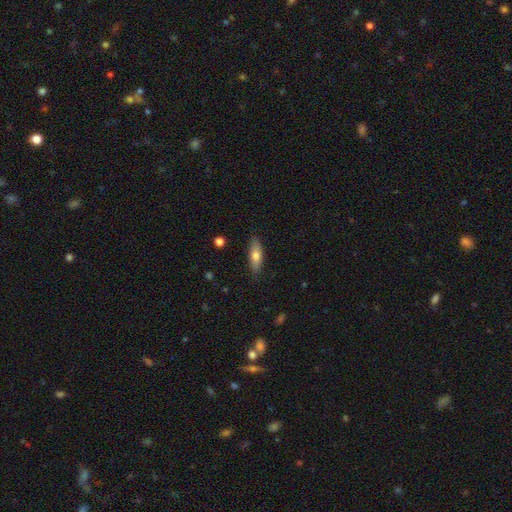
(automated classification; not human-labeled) smooth 69%, featured or disk 25%, star or artifact 6%. Down the decision tree: how rounded — in between (51%); merging — none (85%).